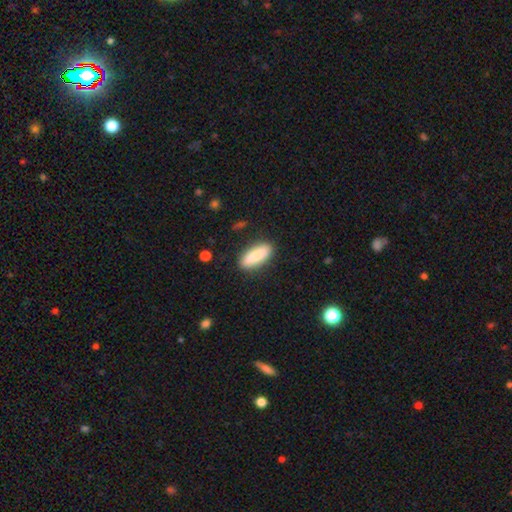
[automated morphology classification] Overall: smooth (83%). How rounded: in between (63%; cigar-shaped 35%). Merging: none (87%).